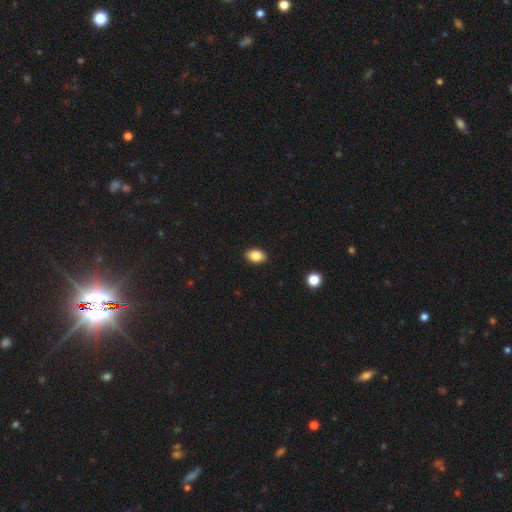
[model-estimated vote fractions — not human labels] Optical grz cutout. It shows a smooth galaxy with no disk features (85%) that is in between round and cigar-shaped (86%). Merging: none (91%).